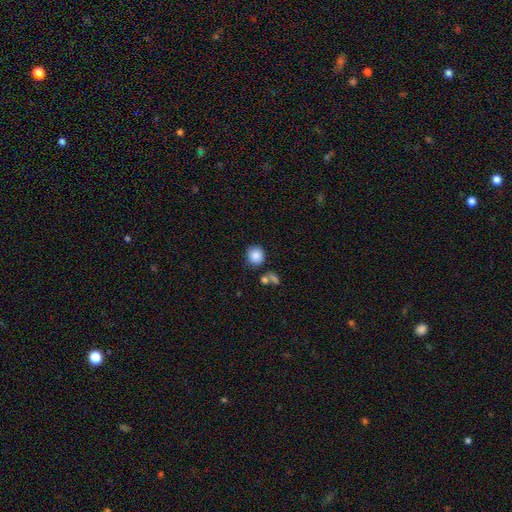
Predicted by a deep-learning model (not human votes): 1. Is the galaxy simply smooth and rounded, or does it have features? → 86% smooth, 9% star or artifact, 5% featured or disk.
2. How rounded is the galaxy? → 83% round, 16% in between, 1% cigar-shaped.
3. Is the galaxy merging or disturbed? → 75% none, 12% minor disturbance, 10% merger, 4% major disturbance.